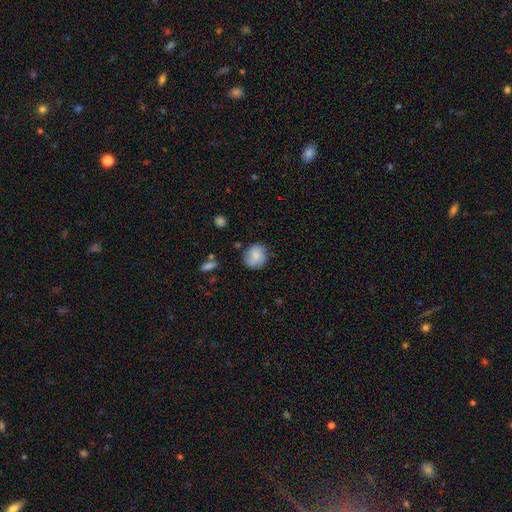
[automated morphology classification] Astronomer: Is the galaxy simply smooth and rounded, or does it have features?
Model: smooth — 76%.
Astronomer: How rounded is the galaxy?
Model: round — 79%.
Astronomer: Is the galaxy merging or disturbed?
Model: none — 75%.